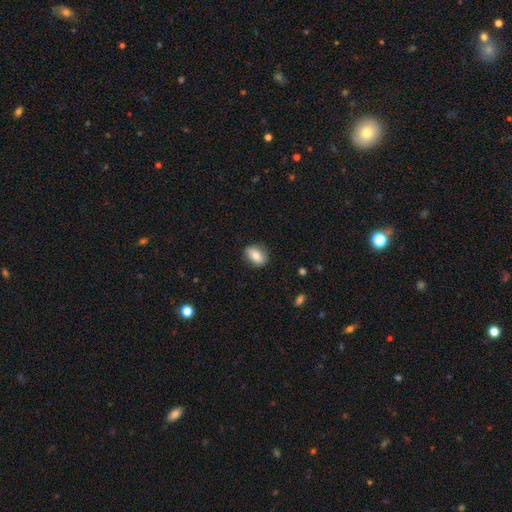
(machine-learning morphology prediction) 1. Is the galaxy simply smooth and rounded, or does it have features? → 72% smooth, 20% featured or disk, 8% star or artifact.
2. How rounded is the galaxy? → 73% in between, 25% round, 2% cigar-shaped.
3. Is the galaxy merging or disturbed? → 84% none, 13% minor disturbance, 3% major disturbance, 1% merger.